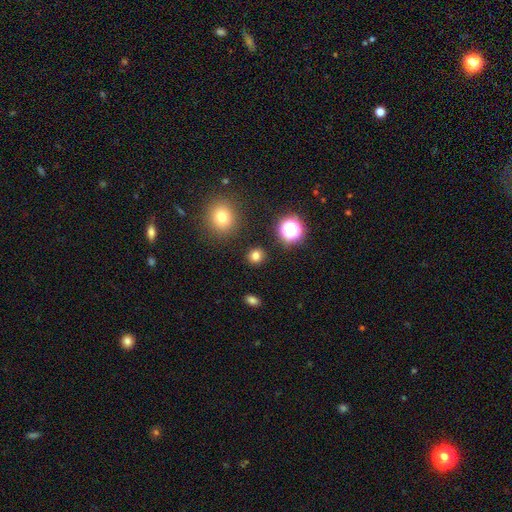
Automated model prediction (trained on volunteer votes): Smooth or featured: smooth — 76% (star or artifact — 19%)
How rounded: round — 87% (in between — 12%)
Merging: none — 90% (minor disturbance — 6%)